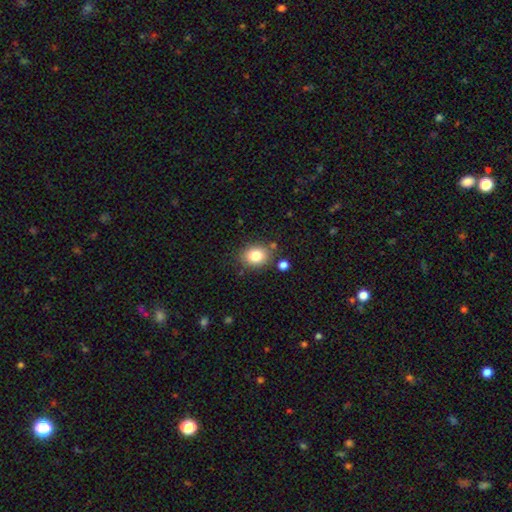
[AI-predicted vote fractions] This is clearly a smooth galaxy (82%). How rounded: possibly round (52%). Merging: likely none (79%).